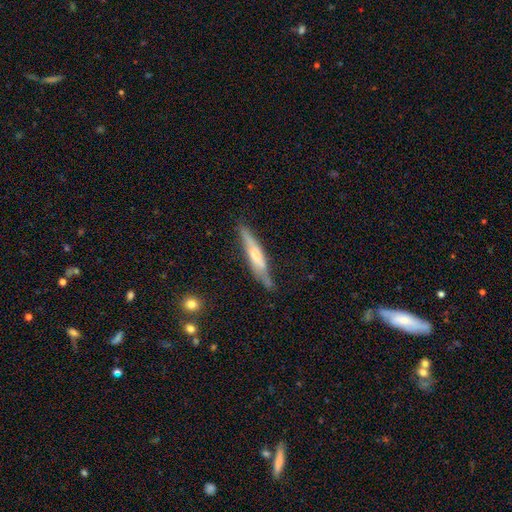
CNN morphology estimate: This is possibly a featured or disk galaxy (52%). It is clearly viewed edge-on (87%). Merging: likely none (74%).